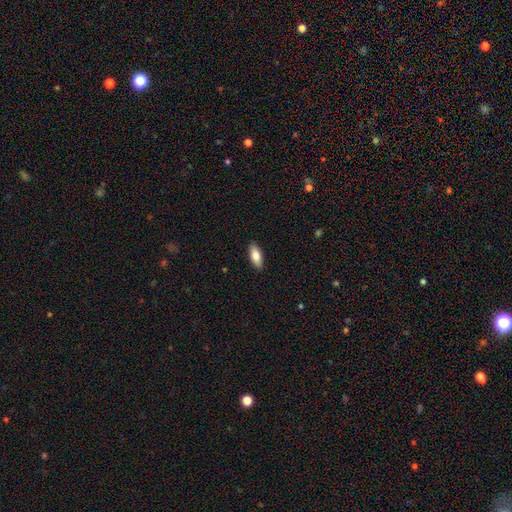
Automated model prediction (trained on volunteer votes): Smooth or featured: smooth — 82% (featured or disk — 12%)
How rounded: in between — 81% (cigar-shaped — 17%)
Merging: none — 90% (minor disturbance — 8%)